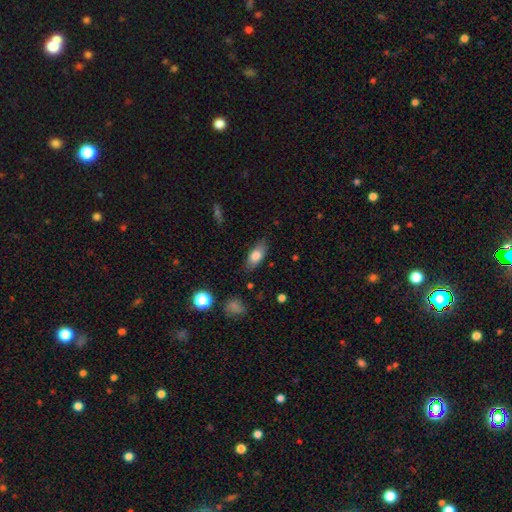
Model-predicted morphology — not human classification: Smooth or featured: smooth — 77% (featured or disk — 15%)
How rounded: in between — 86% (cigar-shaped — 10%)
Merging: none — 80% (minor disturbance — 15%)